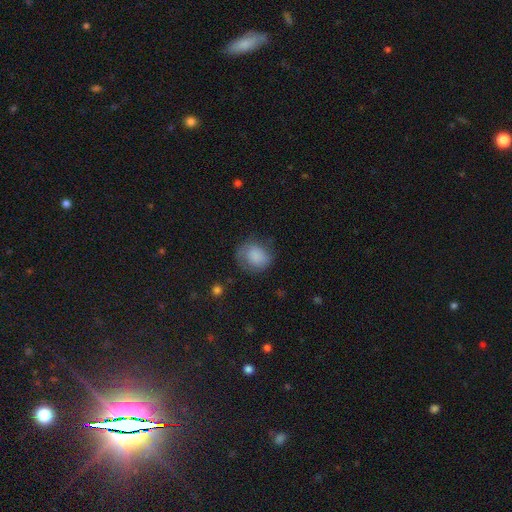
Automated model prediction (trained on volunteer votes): Q: Smooth or featured?
A: smooth (77%); runner-up: featured or disk (15%)
Q: How rounded?
A: round (67%); runner-up: in between (32%)
Q: Merging?
A: none (59%); runner-up: minor disturbance (26%)